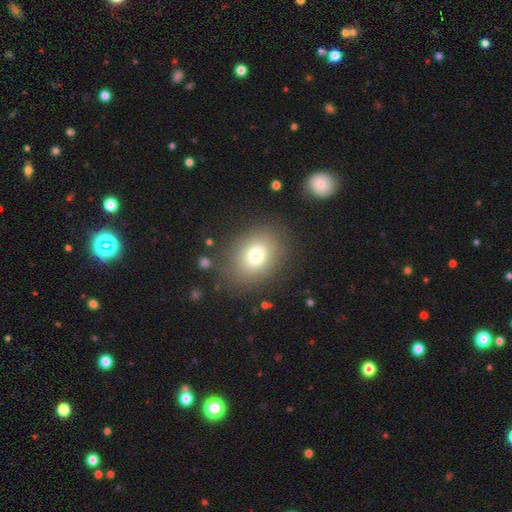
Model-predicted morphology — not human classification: smooth_or_featured: smooth (p=0.72) [alt: featured or disk p=0.16]
how_rounded: in between (p=0.54) [alt: round p=0.45]
merging: none (p=0.80) [alt: minor disturbance p=0.12]